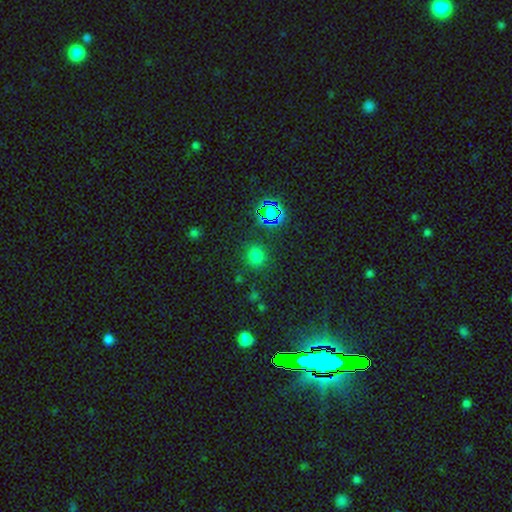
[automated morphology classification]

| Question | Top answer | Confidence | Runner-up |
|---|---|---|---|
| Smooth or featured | smooth | 69% | star or artifact (25%) |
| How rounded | round | 85% | in between (14%) |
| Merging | none | 83% | minor disturbance (9%) |